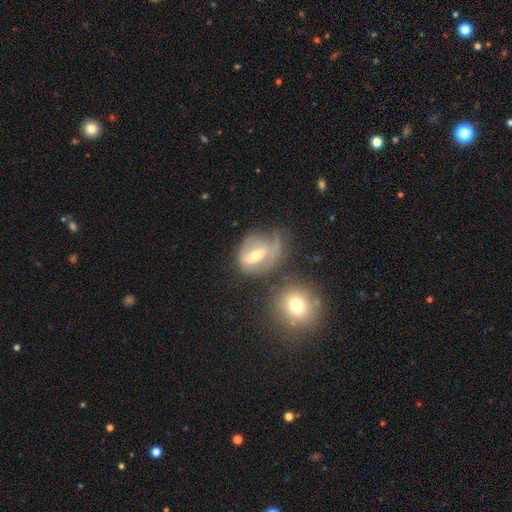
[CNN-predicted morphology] Smooth or featured: featured or disk — 62% (smooth — 29%)
Edge-on disk: no — 94% (yes — 6%)
Bar: weak — 44% (strong — 34%)
Spiral arms: yes — 64% (no — 36%)
Bulge size: moderate — 56% (small — 39%)
Merging: none — 39% (minor disturbance — 27%)